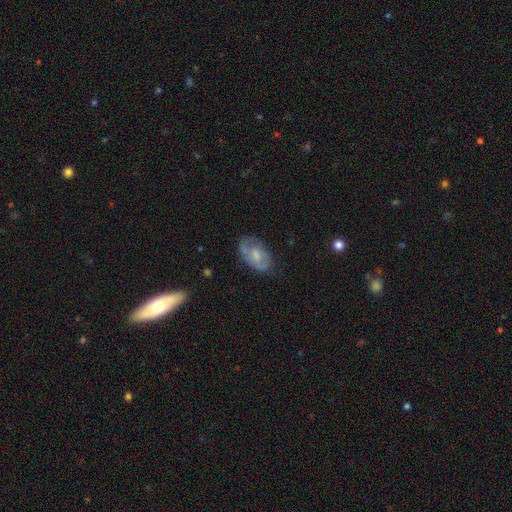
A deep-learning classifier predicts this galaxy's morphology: Smooth or featured? Predicted: featured or disk (p=0.53). Edge-on disk? Predicted: no (p=0.95). Bar? Predicted: no (p=0.65). Spiral arms? Predicted: yes (p=0.67). Bulge size? Predicted: small (p=0.45). Merging? Predicted: none (p=0.62).